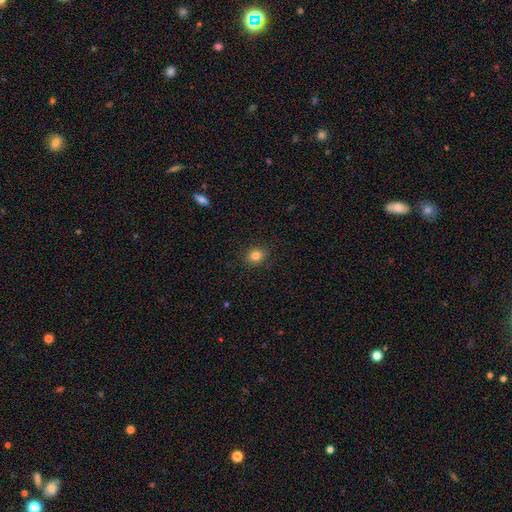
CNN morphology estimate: The model was most divided on "how rounded": round: 65%, in between: 34%, cigar-shaped: 1%. More confident: merging — none (89%); smooth or featured — smooth (83%).